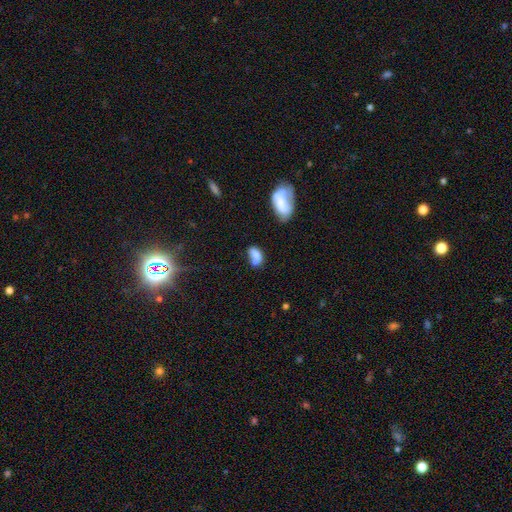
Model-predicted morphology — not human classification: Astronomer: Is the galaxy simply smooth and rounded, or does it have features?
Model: smooth — 72%.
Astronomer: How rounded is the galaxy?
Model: in between — 87%.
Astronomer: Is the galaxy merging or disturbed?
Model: none — 34% (runner-up: minor disturbance, 26%).